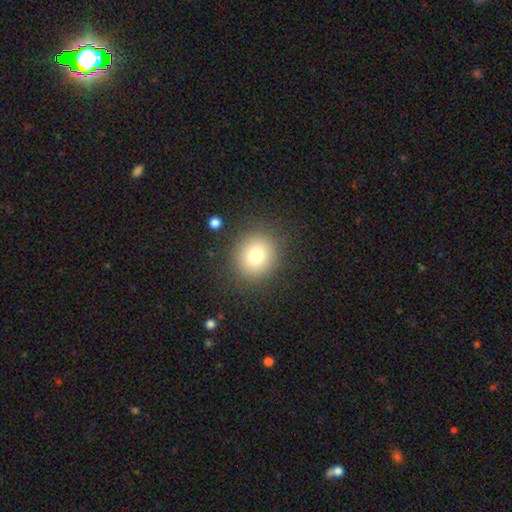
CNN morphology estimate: This is likely a smooth galaxy (77%). How rounded: clearly round (82%). Merging: clearly none (87%).